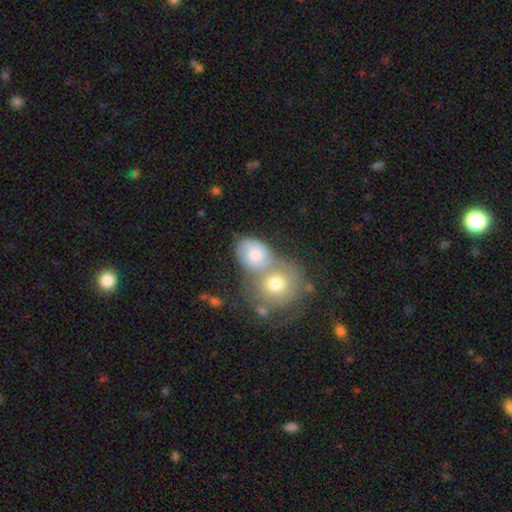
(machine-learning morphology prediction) Smooth or featured: smooth — 58% (featured or disk — 32%)
How rounded: round — 54% (in between — 45%)
Merging: merger — 63% (none — 23%)